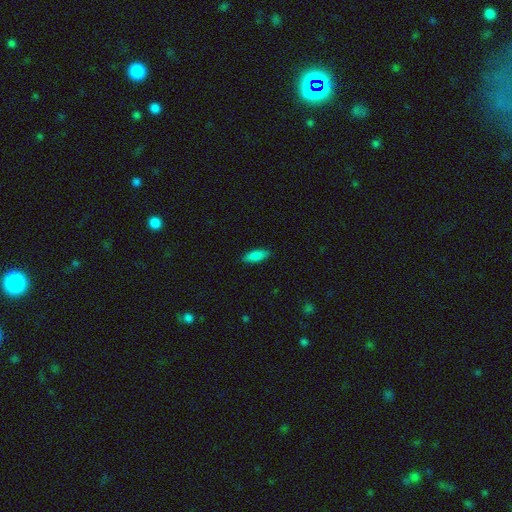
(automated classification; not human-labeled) smooth 85%, featured or disk 8%, star or artifact 7%. Down the decision tree: how rounded — in between (71%); merging — none (87%).